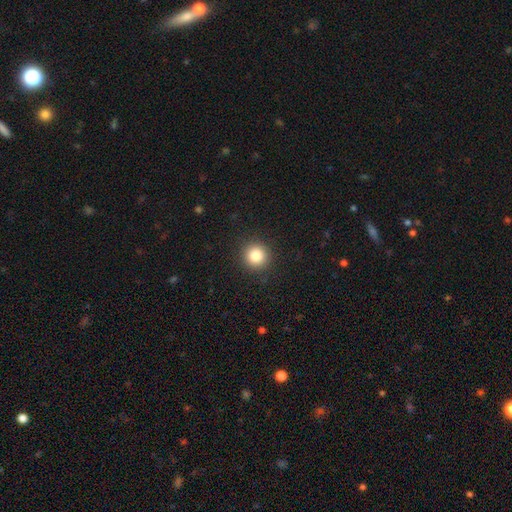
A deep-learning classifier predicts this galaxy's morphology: Smooth or featured?
  - smooth: 83% *
  - star or artifact: 11%
  - featured or disk: 6%
How rounded?
  - round: 94% *
  - in between: 5%
  - cigar-shaped: 1%
Merging?
  - none: 92% *
  - minor disturbance: 5%
  - major disturbance: 2%
  - merger: 1%